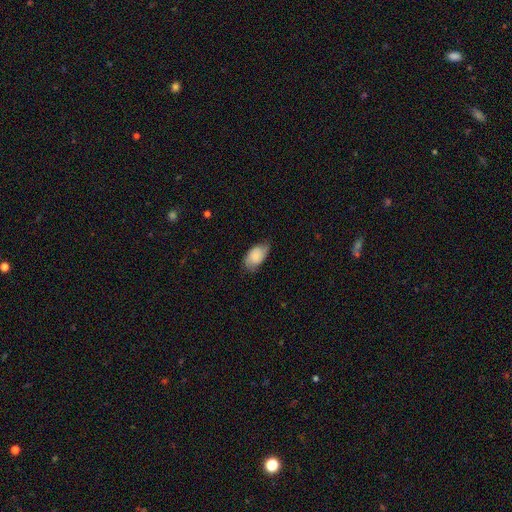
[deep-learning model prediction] Overall: smooth (81%). How rounded: in between (92%). Merging: none (62%; minor disturbance 30%).